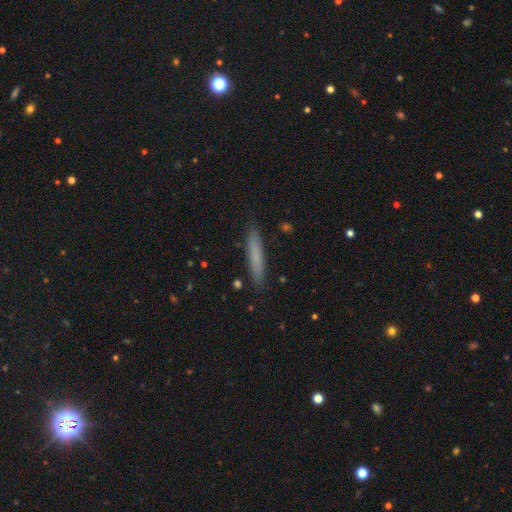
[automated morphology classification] Smooth or featured? Predicted: smooth (p=0.76). How rounded? Predicted: cigar-shaped (p=0.92). Merging? Predicted: none (p=0.89).